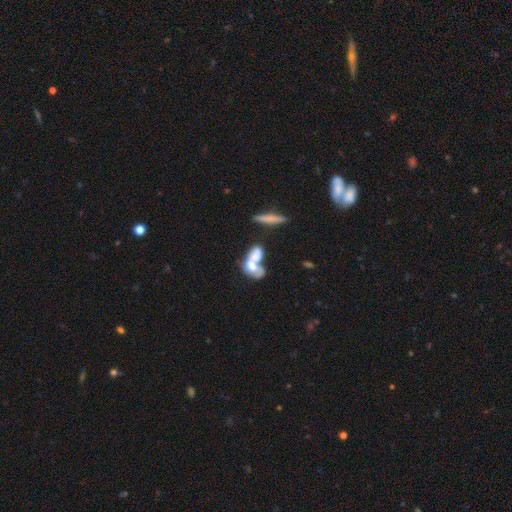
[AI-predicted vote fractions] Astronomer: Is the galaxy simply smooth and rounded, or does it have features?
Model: smooth — 55% (runner-up: featured or disk, 35%).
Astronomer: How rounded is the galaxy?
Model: in between — 77%.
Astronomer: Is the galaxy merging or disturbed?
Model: merger — 69%.